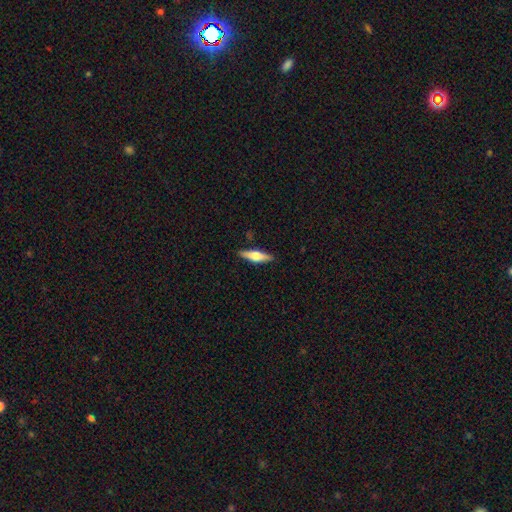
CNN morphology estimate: Q: Smooth or featured?
A: featured or disk (54%); runner-up: smooth (41%)
Q: Edge-on disk?
A: yes (95%); runner-up: no (5%)
Q: Edge-on bulge?
A: rounded (91%); runner-up: boxy (6%)
Q: Merging?
A: none (89%); runner-up: minor disturbance (8%)